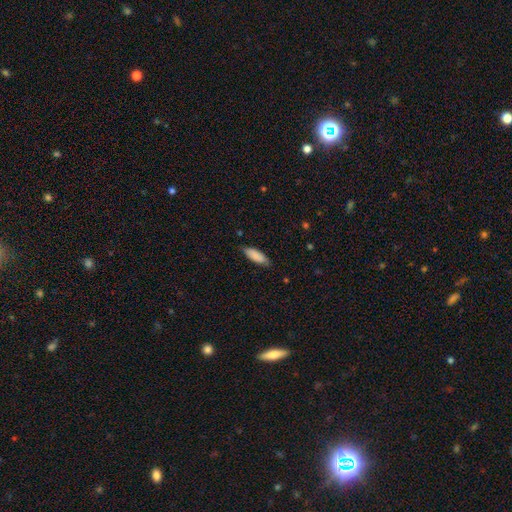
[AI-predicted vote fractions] smooth-or-featured: smooth: 88% | featured or disk: 6% | star or artifact: 6%
  how-rounded: in between: 66% | cigar-shaped: 33% | round: 1%
  merging: none: 80% | minor disturbance: 16% | major disturbance: 3% | merger: 1%